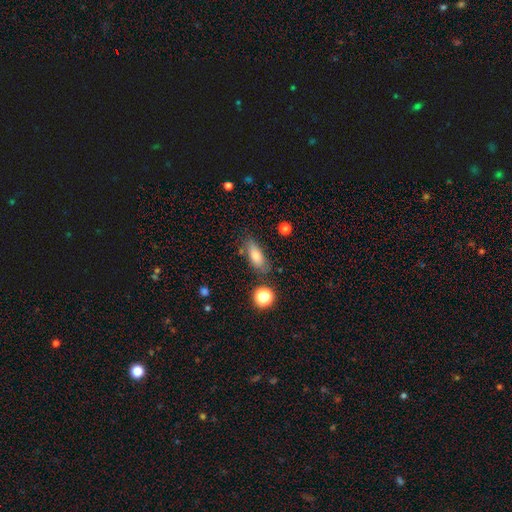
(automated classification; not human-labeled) This appears to be a smooth galaxy with no disk features (78%) that is in between round and cigar-shaped (69%). Merging: none (75%).